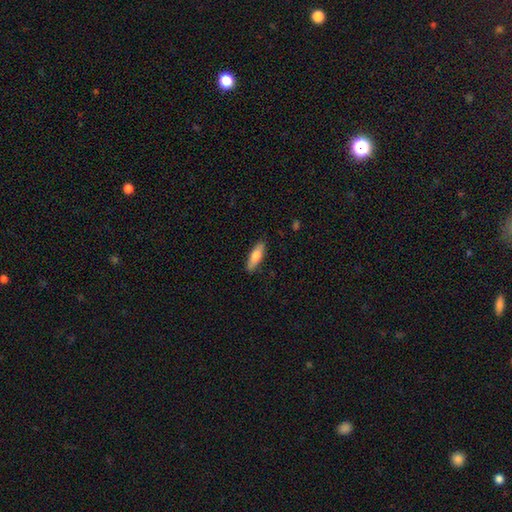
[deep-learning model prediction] This appears to be a smooth galaxy with no disk features (75%) that is cigar-shaped (56%). Merging: none (86%).